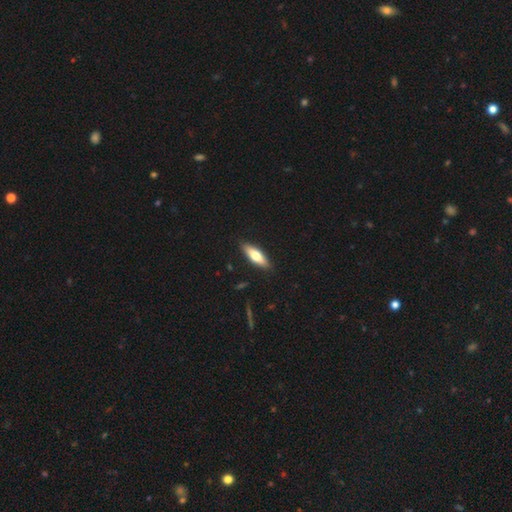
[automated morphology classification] Smooth or featured: smooth — 64% (featured or disk — 31%)
How rounded: cigar-shaped — 49% (tied with in between — 49%)
Merging: none — 89% (minor disturbance — 8%)